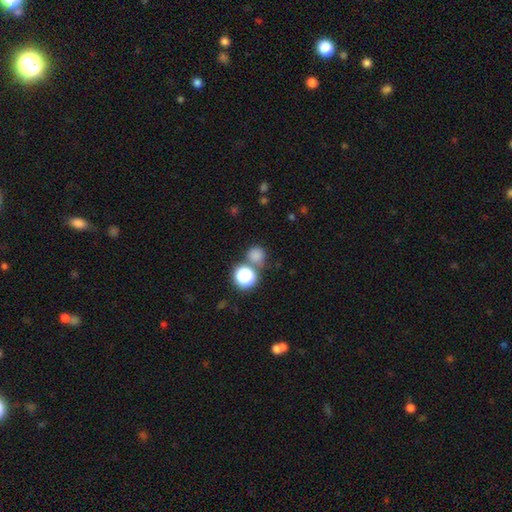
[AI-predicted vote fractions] A smooth galaxy with no disk features (76%) that is round (91%).

Vote fractions:
- Smooth or featured? smooth: 76% / star or artifact: 18% / featured or disk: 5%
- How rounded? round: 91% / in between: 8% / cigar-shaped: 1%
- Merging? none: 69% / merger: 18% / minor disturbance: 9% / major disturbance: 4%